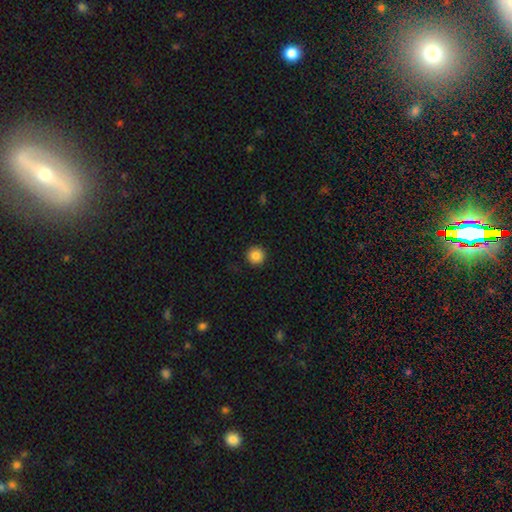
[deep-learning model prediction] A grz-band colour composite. It shows a smooth galaxy with no disk features (86%) that is round (95%). Merging: none (92%).